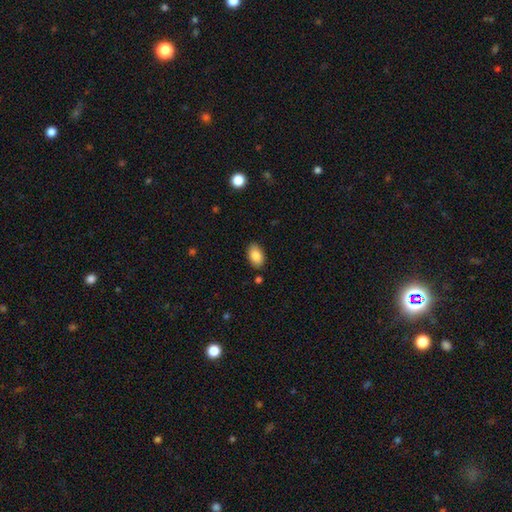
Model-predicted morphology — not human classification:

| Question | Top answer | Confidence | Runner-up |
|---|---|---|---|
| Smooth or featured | smooth | 86% | star or artifact (7%) |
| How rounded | in between | 92% | round (7%) |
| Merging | none | 84% | minor disturbance (11%) |